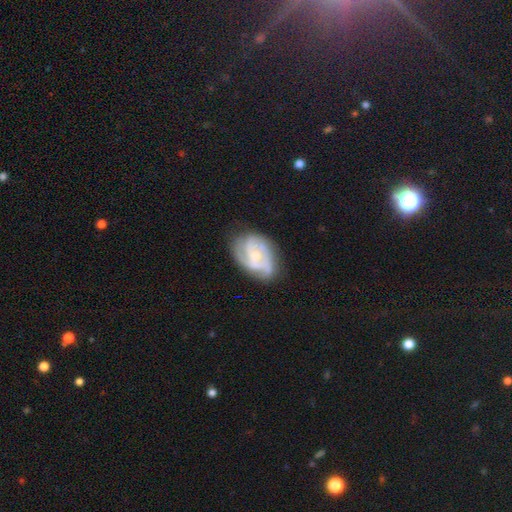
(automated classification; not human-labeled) A featured or disk galaxy (82%) with no bar (65%), 3 (41%) tight (48%) spiral arms (94%) and a small central bulge (54%). Merging: none (66%).